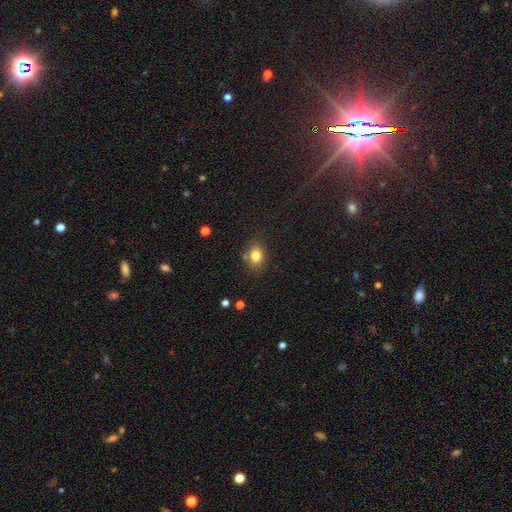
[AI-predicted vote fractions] Q: Smooth or featured?
A: smooth (81%); runner-up: star or artifact (11%)
Q: How rounded?
A: in between (54%); runner-up: round (45%)
Q: Merging?
A: none (78%); runner-up: minor disturbance (13%)